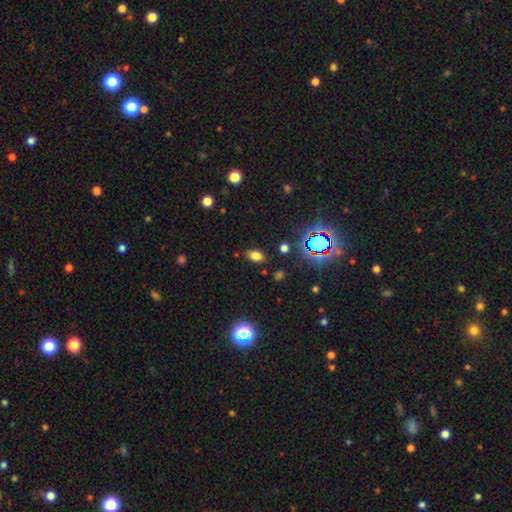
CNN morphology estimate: Smooth or featured: smooth — 74% (star or artifact — 19%)
How rounded: in between — 87% (round — 11%)
Merging: none — 84% (minor disturbance — 10%)